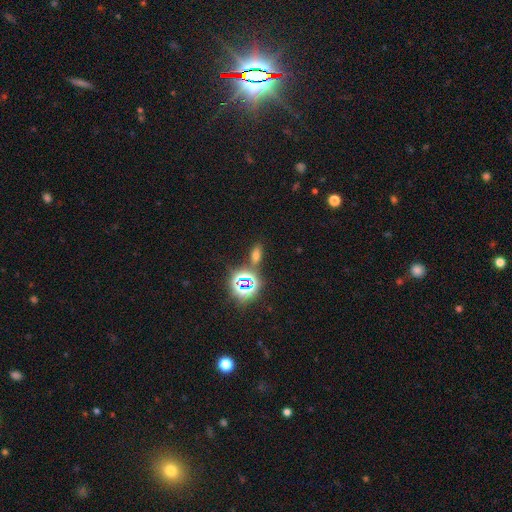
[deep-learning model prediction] A smooth galaxy with no disk features (53%) that is in between round and cigar-shaped (79%). Merging: none (75%).